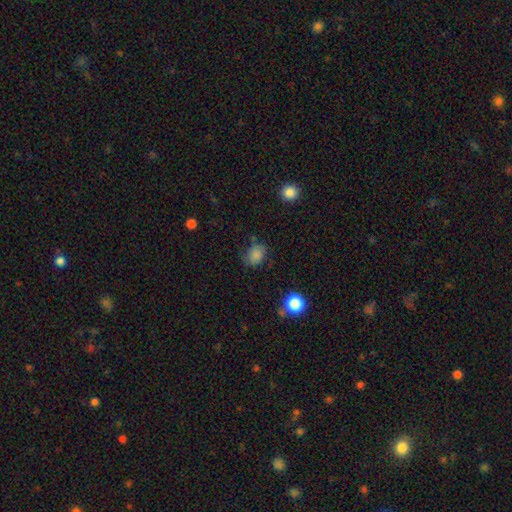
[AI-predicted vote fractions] smooth-or-featured: smooth: 82% | star or artifact: 11% | featured or disk: 6%
  how-rounded: in between: 60% | round: 38% | cigar-shaped: 1%
  merging: none: 65% | minor disturbance: 25% | major disturbance: 7% | merger: 3%